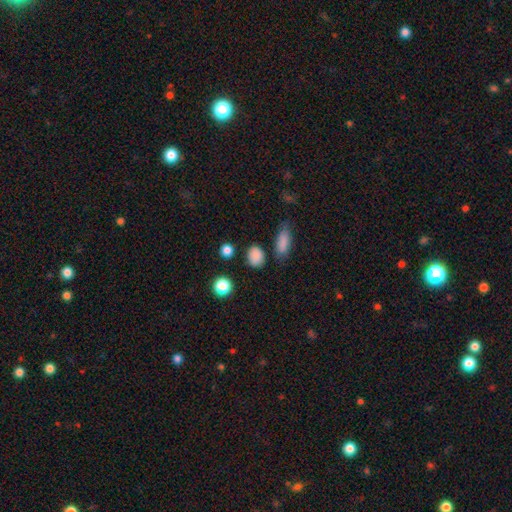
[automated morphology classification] This appears to be a smooth galaxy with no disk features (85%) that is in between round and cigar-shaped (54%). Merging: none (81%).